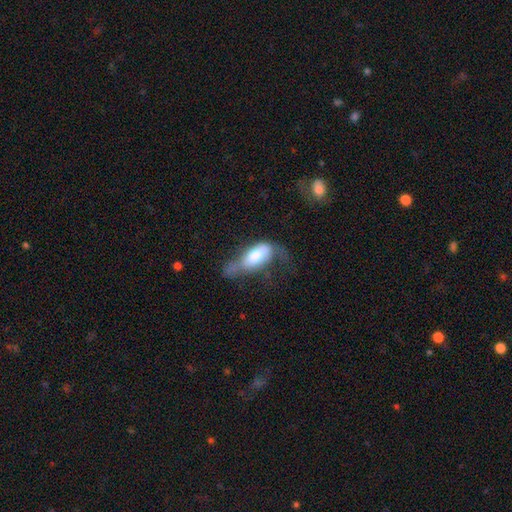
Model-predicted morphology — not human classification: Overall: smooth (61%; featured or disk 32%). How rounded: in between (81%). Merging: major disturbance (45%; minor disturbance 27%).